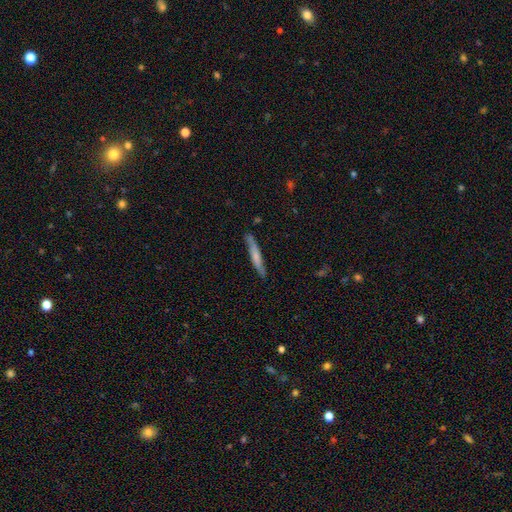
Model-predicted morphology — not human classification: A smooth galaxy with no disk features (57%) that is cigar-shaped (94%).

Vote fractions:
- Smooth or featured? smooth: 57% / featured or disk: 37% / star or artifact: 5%
- How rounded? cigar-shaped: 94% / in between: 5% / round: 1%
- Merging? none: 82% / minor disturbance: 14% / major disturbance: 2% / merger: 2%